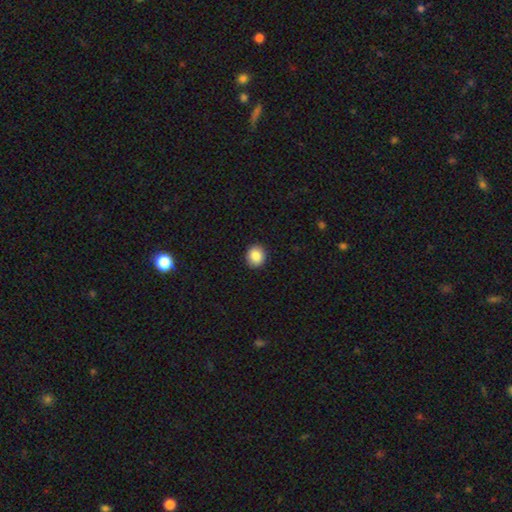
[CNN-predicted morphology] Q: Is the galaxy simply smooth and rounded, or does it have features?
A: smooth — 87%.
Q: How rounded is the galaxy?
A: round — 80%.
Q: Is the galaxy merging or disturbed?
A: none — 91%.